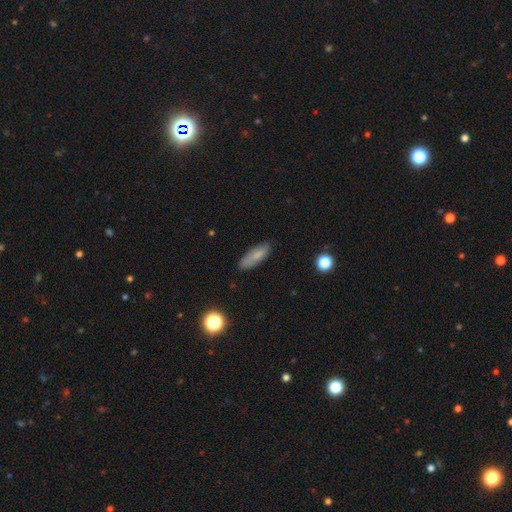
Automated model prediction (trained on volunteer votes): smooth_or_featured: smooth (p=0.77) [alt: featured or disk p=0.15]
how_rounded: in between (p=0.61) [alt: cigar-shaped p=0.36]
merging: none (p=0.79) [alt: minor disturbance p=0.16]